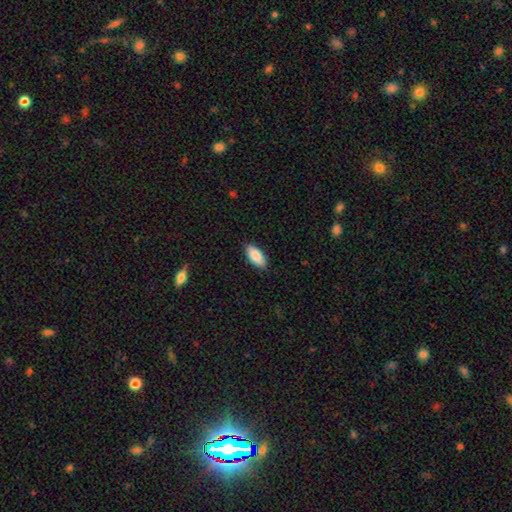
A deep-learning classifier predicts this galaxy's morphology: smooth 88%, featured or disk 6%, star or artifact 6%. Down the decision tree: how rounded — in between (88%); merging — none (88%).